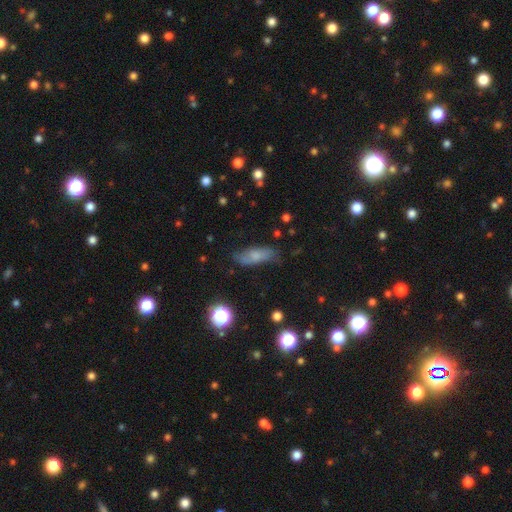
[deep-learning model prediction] smooth 62%, featured or disk 28%, star or artifact 11%. Down the decision tree: how rounded — in between (65%); merging — none (67%).